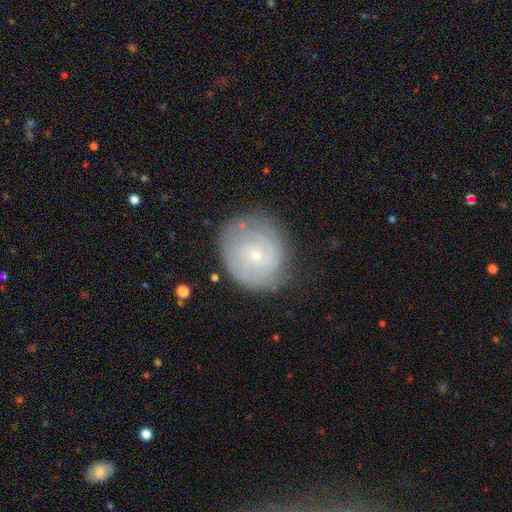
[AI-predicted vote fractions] Smooth or featured? Predicted: featured or disk (p=0.73). Edge-on disk? Predicted: no (p=0.98). Bar? Predicted: no (p=0.73). Spiral arms? Predicted: yes (p=0.89). Spiral winding? Predicted: tight (p=0.70). Spiral arm count? Predicted: can't tell (p=0.38). Bulge size? Predicted: small (p=0.82). Merging? Predicted: none (p=0.75).